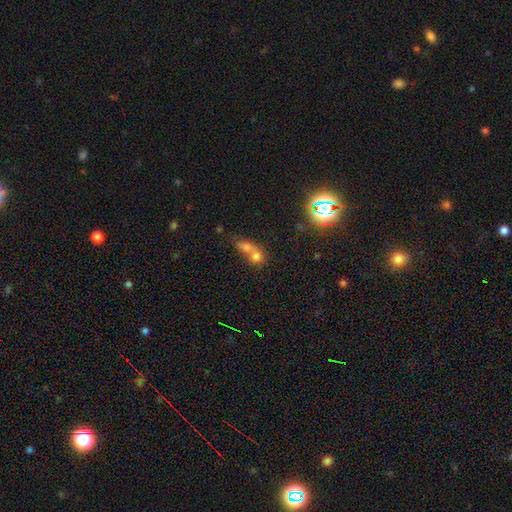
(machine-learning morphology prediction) smooth_or_featured: smooth (p=0.68) [alt: featured or disk p=0.17]
how_rounded: round (p=0.59) [alt: in between p=0.38]
merging: merger (p=0.69) [alt: none p=0.21]